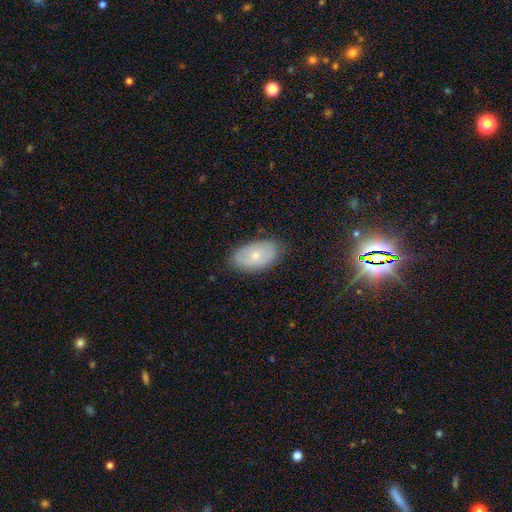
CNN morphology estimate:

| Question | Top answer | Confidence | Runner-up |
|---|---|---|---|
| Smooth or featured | smooth | 57% | featured or disk (36%) |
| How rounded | in between | 92% | round (6%) |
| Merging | none | 77% | minor disturbance (19%) |